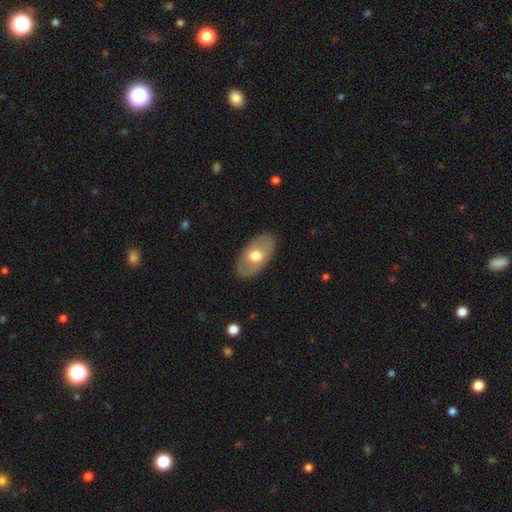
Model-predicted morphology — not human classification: Smooth or featured?
  - smooth: 57% *
  - featured or disk: 37%
  - star or artifact: 5%
How rounded?
  - in between: 92% *
  - round: 6%
  - cigar-shaped: 2%
Merging?
  - none: 86% *
  - minor disturbance: 10%
  - major disturbance: 3%
  - merger: 1%